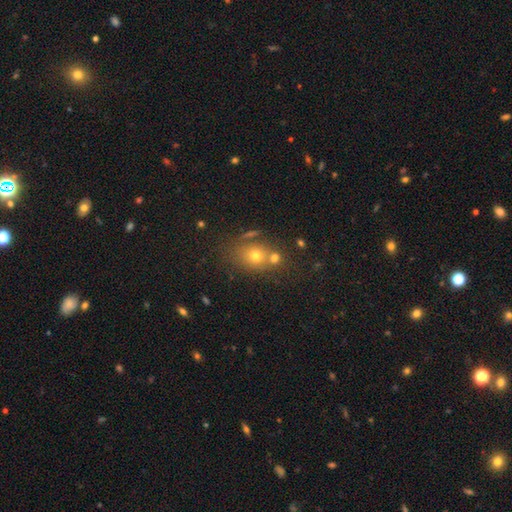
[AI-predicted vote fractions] Smooth or featured? smooth (66%)
How rounded? round (64%)
Merging? none (55%)